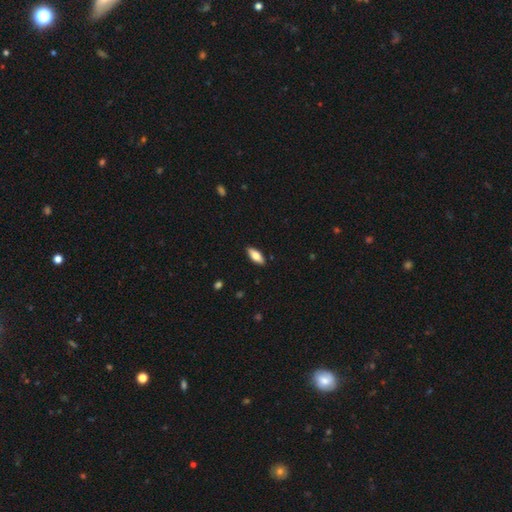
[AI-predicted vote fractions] Smooth or featured: smooth — 71% (featured or disk — 23%)
How rounded: in between — 77% (cigar-shaped — 21%)
Merging: none — 89% (minor disturbance — 8%)